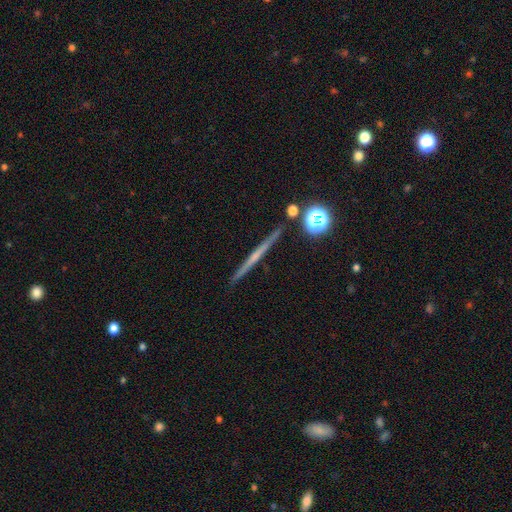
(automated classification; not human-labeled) Smooth or featured? featured or disk (61%)
Edge-on disk? yes (98%)
Edge-on bulge? none (75%)
Merging? none (91%)